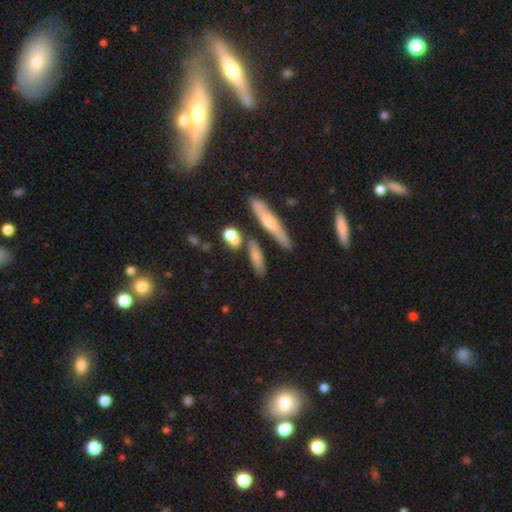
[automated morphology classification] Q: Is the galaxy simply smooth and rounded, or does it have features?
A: smooth — 64%.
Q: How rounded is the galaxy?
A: cigar-shaped — 64%.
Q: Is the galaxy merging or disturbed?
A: none — 71%.